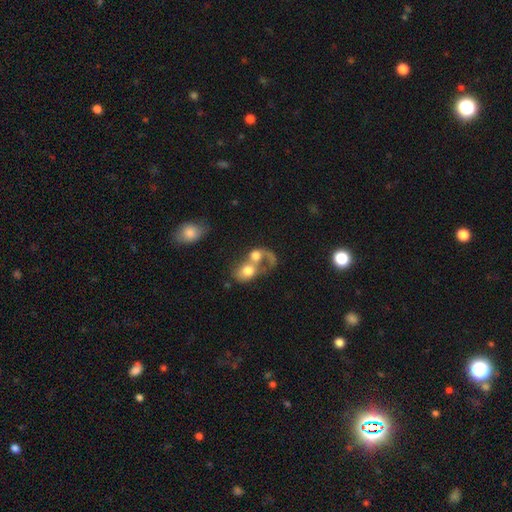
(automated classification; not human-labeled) The model was most divided on "how rounded": round: 50%, in between: 48%, cigar-shaped: 2%. More confident: merging — merger (75%); smooth or featured — smooth (54%).